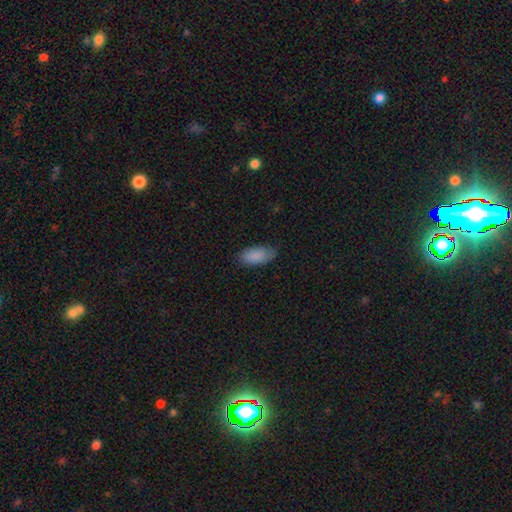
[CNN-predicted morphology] smooth-or-featured: smooth: 88% | star or artifact: 6% | featured or disk: 6%
  how-rounded: in between: 90% | cigar-shaped: 8% | round: 2%
  merging: none: 80% | minor disturbance: 16% | major disturbance: 3% | merger: 1%